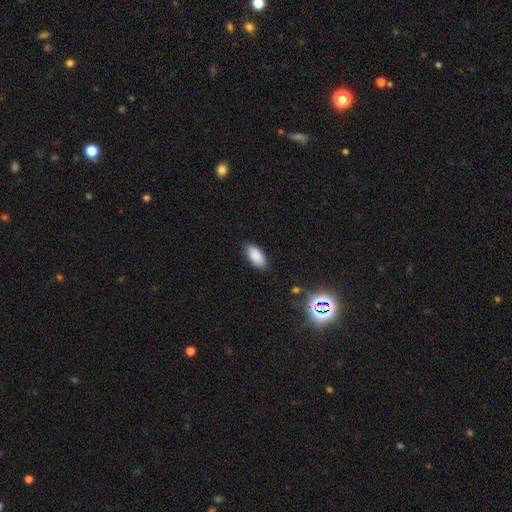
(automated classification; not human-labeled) Smooth or featured?
  - smooth: 87% *
  - star or artifact: 8%
  - featured or disk: 5%
How rounded?
  - in between: 92% *
  - cigar-shaped: 5%
  - round: 2%
Merging?
  - none: 86% *
  - minor disturbance: 10%
  - major disturbance: 2%
  - merger: 1%